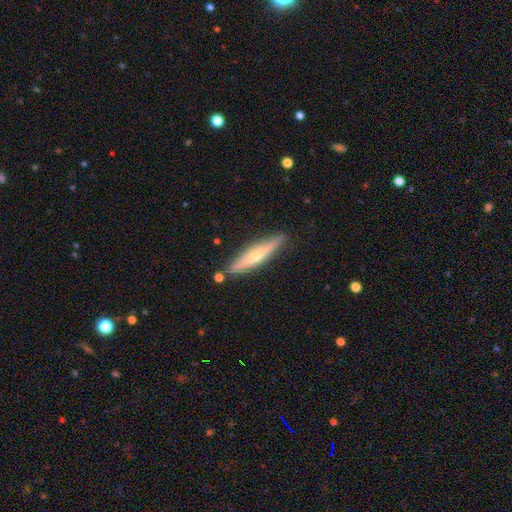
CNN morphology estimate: Smooth or featured?
  - featured or disk: 58% *
  - smooth: 36%
  - star or artifact: 6%
Edge-on disk?
  - yes: 93% *
  - no: 7%
Edge-on bulge?
  - rounded: 78% *
  - none: 17%
  - boxy: 5%
Merging?
  - none: 85% *
  - minor disturbance: 10%
  - merger: 3%
  - major disturbance: 2%